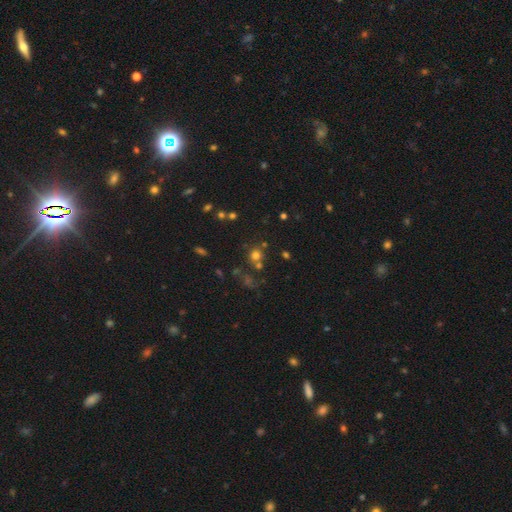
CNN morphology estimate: smooth_or_featured: smooth (p=0.63) [alt: star or artifact p=0.27]
how_rounded: round (p=0.87) [alt: in between p=0.11]
merging: none (p=0.66) [alt: merger p=0.19]